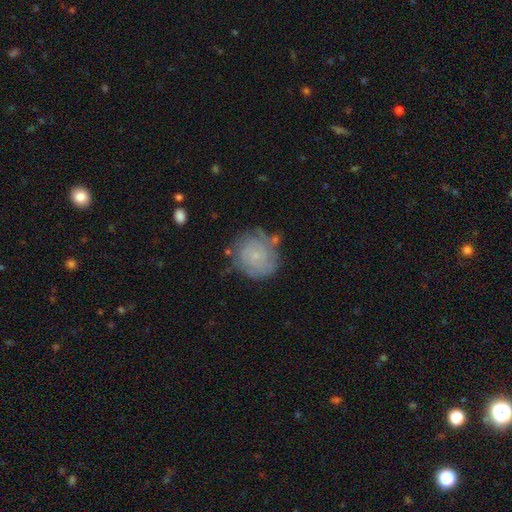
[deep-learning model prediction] Smooth or featured?
  - featured or disk: 49% *
  - smooth: 42%
  - star or artifact: 9%
Merging?
  - none: 66% *
  - minor disturbance: 22%
  - major disturbance: 8%
  - merger: 5%